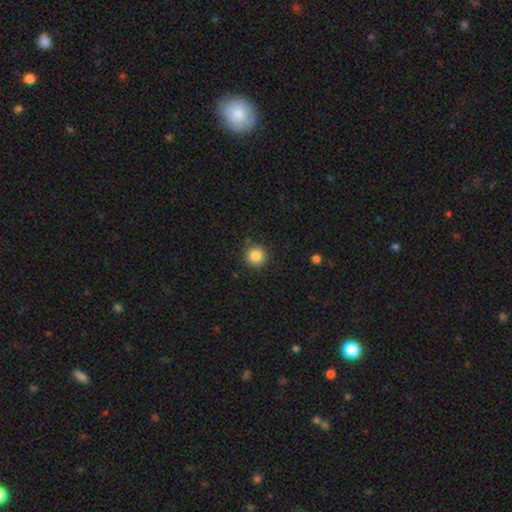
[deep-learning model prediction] A smooth galaxy with no disk features (85%) that is round (95%).

Vote fractions:
- Smooth or featured? smooth: 85% / star or artifact: 10% / featured or disk: 5%
- How rounded? round: 95% / in between: 4% / cigar-shaped: 1%
- Merging? none: 88% / minor disturbance: 8% / major disturbance: 2% / merger: 2%